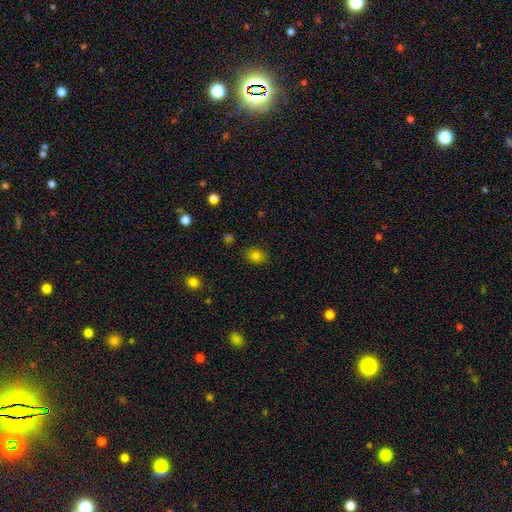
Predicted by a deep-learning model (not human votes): A smooth galaxy with no disk features (80%) that is in between round and cigar-shaped (52%). Merging: none (86%).